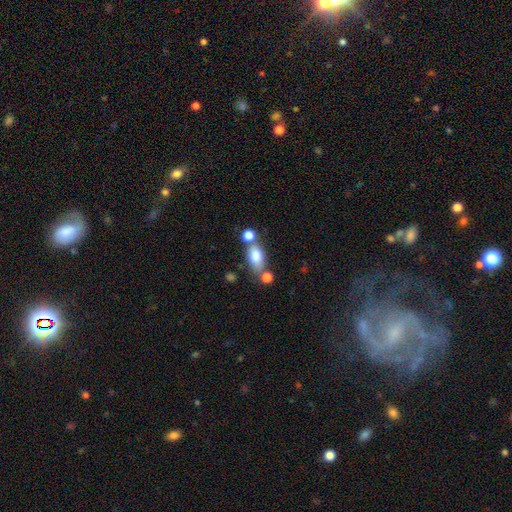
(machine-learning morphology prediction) Overall: smooth (78%). How rounded: in between (85%). Merging: none (50%; merger 29%).